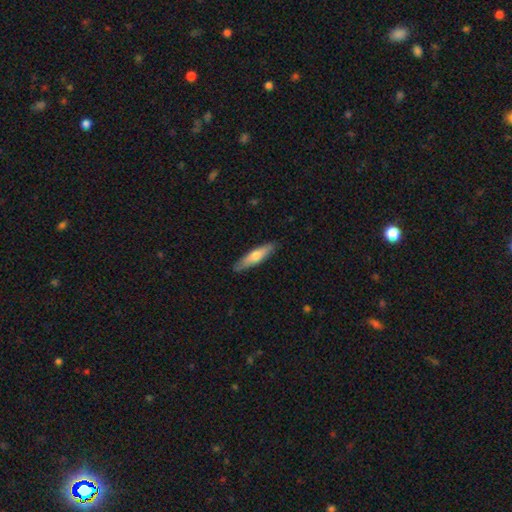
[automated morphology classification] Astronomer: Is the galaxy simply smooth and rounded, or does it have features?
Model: smooth — 61%.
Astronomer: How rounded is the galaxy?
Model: cigar-shaped — 75%.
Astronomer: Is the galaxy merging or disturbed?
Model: none — 86%.